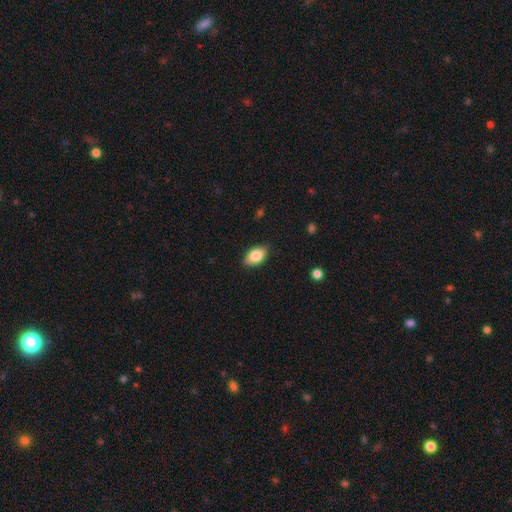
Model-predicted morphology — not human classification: This appears to be a smooth galaxy with no disk features (82%) that is in between round and cigar-shaped (90%). Merging: none (85%).